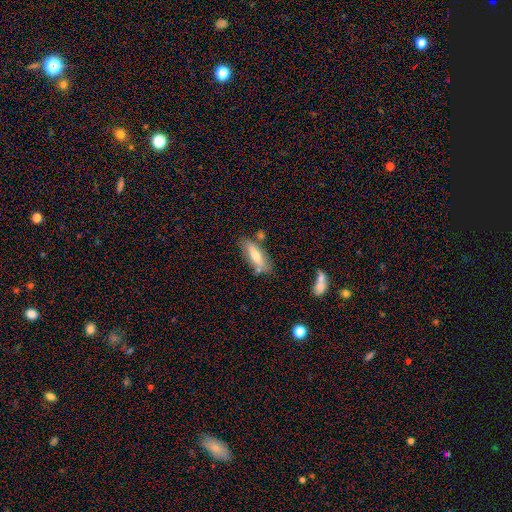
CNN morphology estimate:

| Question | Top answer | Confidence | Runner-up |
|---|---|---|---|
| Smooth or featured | smooth | 54% | featured or disk (38%) |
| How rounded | in between | 55% | cigar-shaped (43%) |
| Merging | none | 71% | minor disturbance (18%) |